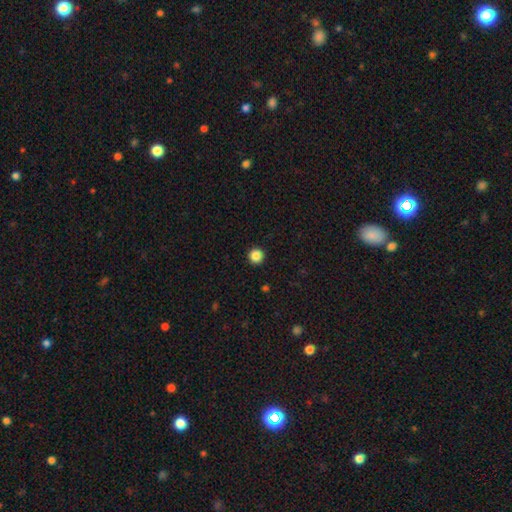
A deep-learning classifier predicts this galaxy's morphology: This is clearly a smooth galaxy (86%). How rounded: clearly round (96%). Merging: clearly none (94%).